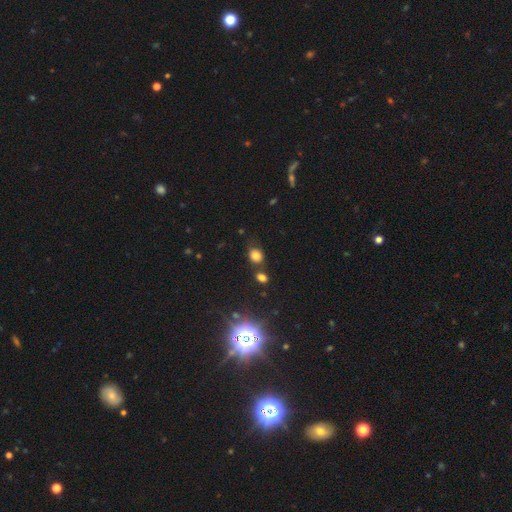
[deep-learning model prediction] Smooth or featured? smooth (77%)
How rounded? round (57%)
Merging? none (65%)